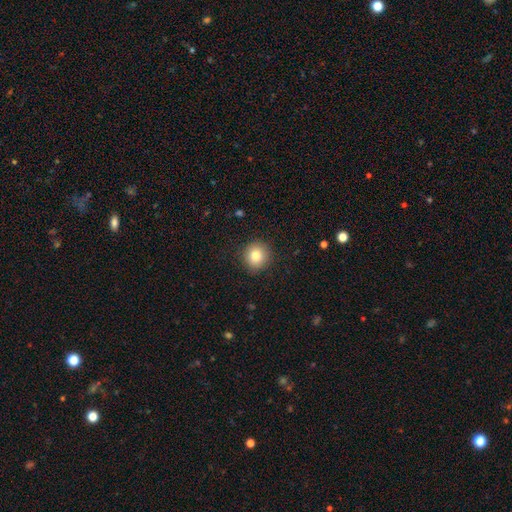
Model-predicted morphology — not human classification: A smooth galaxy with no disk features (81%) that is round (91%). Merging: none (89%).